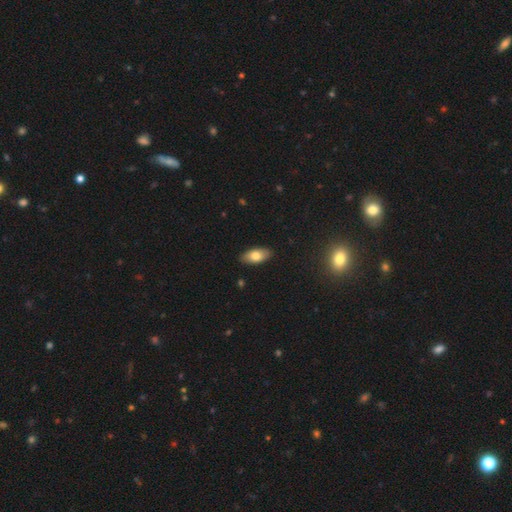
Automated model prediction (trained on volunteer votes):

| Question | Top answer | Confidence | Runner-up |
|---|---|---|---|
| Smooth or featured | smooth | 77% | featured or disk (16%) |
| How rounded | in between | 90% | cigar-shaped (7%) |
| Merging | none | 88% | minor disturbance (10%) |